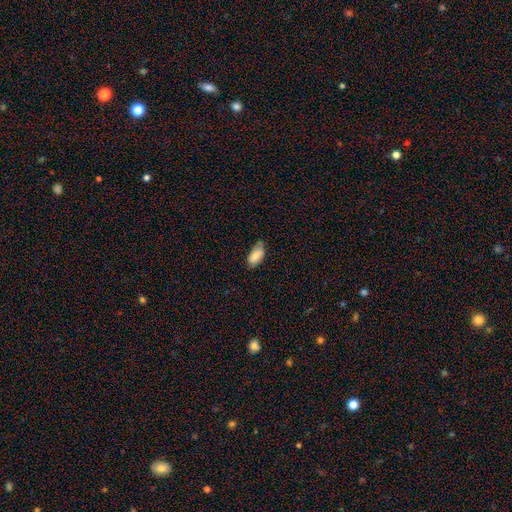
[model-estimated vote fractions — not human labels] smooth-or-featured: smooth: 83% | featured or disk: 10% | star or artifact: 7%
  how-rounded: in between: 91% | cigar-shaped: 6% | round: 2%
  merging: none: 65% | minor disturbance: 29% | major disturbance: 4% | merger: 2%